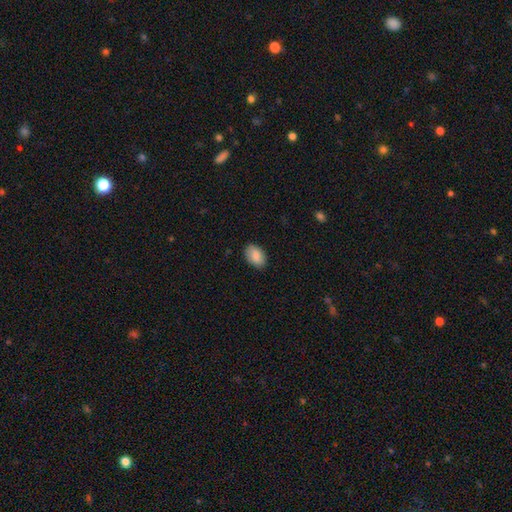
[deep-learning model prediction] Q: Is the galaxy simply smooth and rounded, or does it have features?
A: smooth — 87%.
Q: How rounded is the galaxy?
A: in between — 88%.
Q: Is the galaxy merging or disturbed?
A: none — 87%.